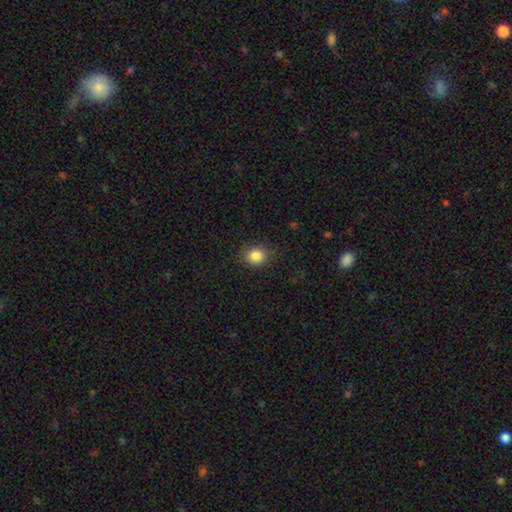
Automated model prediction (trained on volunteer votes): Smooth or featured? Predicted: smooth (p=0.85). How rounded? Predicted: round (p=0.75). Merging? Predicted: none (p=0.84).